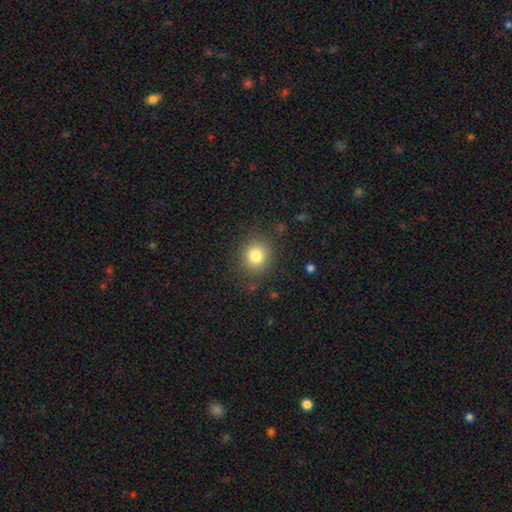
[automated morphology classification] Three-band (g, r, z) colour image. It shows a smooth galaxy with no disk features (80%) that is round (83%). Merging: none (85%).